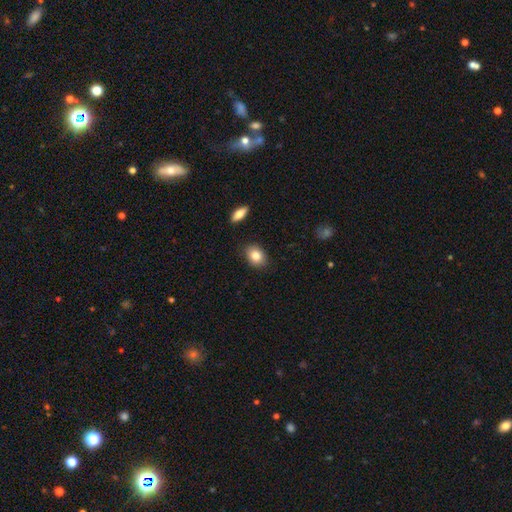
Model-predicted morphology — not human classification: Overall: smooth (83%). How rounded: in between (71%). Merging: none (86%).